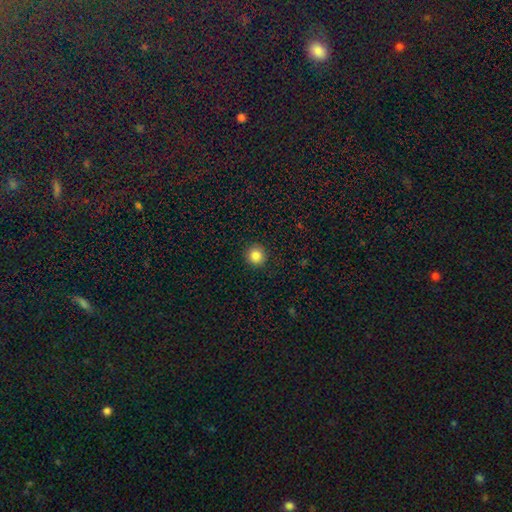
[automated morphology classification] This is clearly a smooth galaxy (86%). How rounded: clearly round (94%). Merging: clearly none (92%).